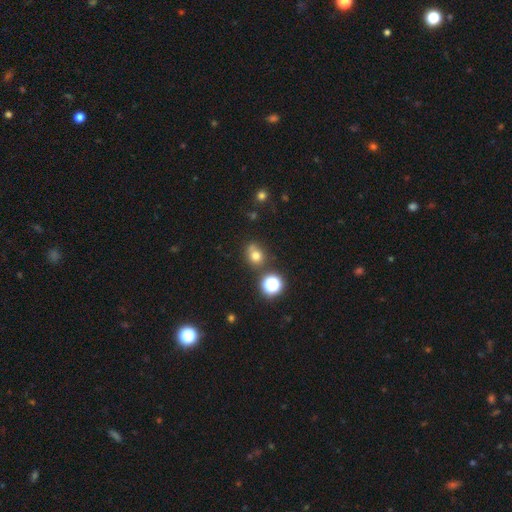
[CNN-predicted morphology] Smooth or featured: smooth — 71% (star or artifact — 19%)
How rounded: round — 66% (in between — 33%)
Merging: none — 62% (minor disturbance — 19%)